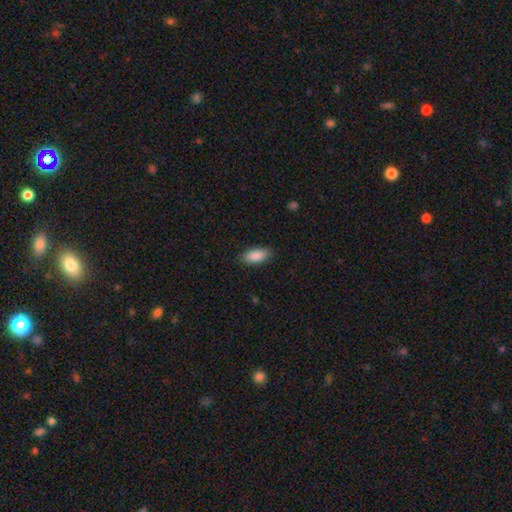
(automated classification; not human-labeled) smooth_or_featured: smooth (p=0.88) [alt: star or artifact p=0.06]
how_rounded: in between (p=0.88) [alt: cigar-shaped p=0.10]
merging: none (p=0.87) [alt: minor disturbance p=0.10]